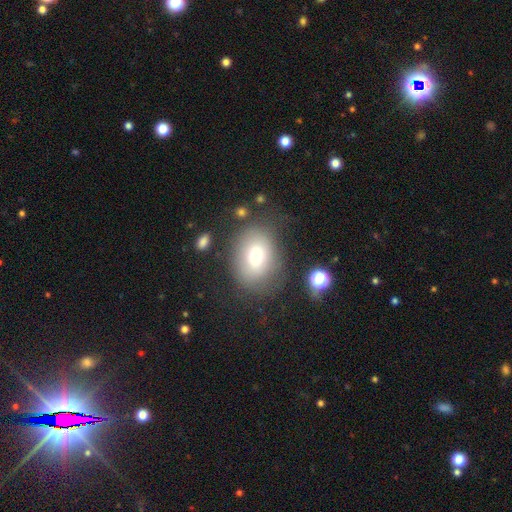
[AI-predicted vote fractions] smooth-or-featured: smooth: 70% | featured or disk: 18% | star or artifact: 12%
  how-rounded: in between: 58% | round: 41% | cigar-shaped: 1%
  merging: none: 68% | minor disturbance: 18% | major disturbance: 10% | merger: 4%